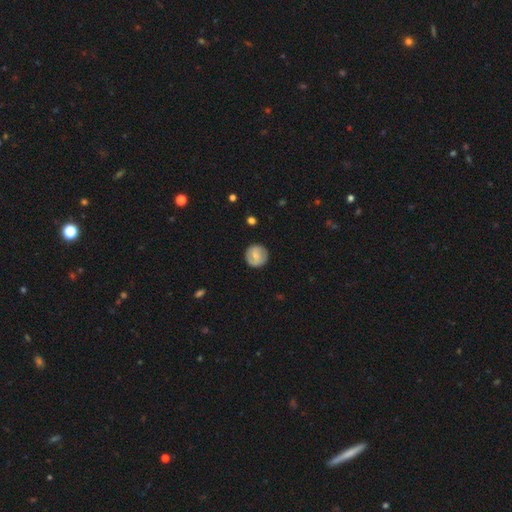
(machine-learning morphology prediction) Q: Smooth or featured?
A: smooth (64%); runner-up: featured or disk (30%)
Q: How rounded?
A: round (93%); runner-up: in between (6%)
Q: Merging?
A: none (88%); runner-up: minor disturbance (9%)